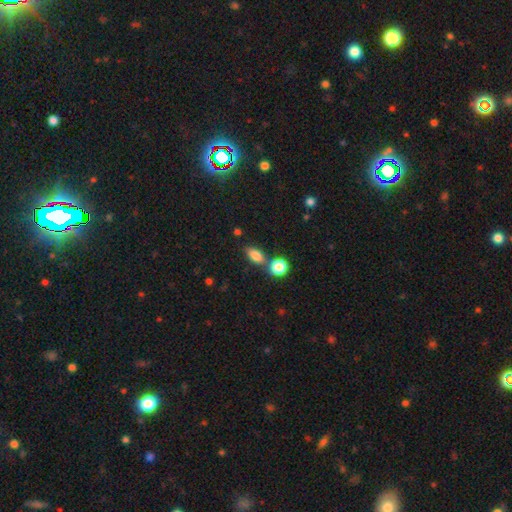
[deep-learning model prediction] This is clearly a smooth galaxy (82%). How rounded: clearly in between (82%). Merging: likely none (65%).